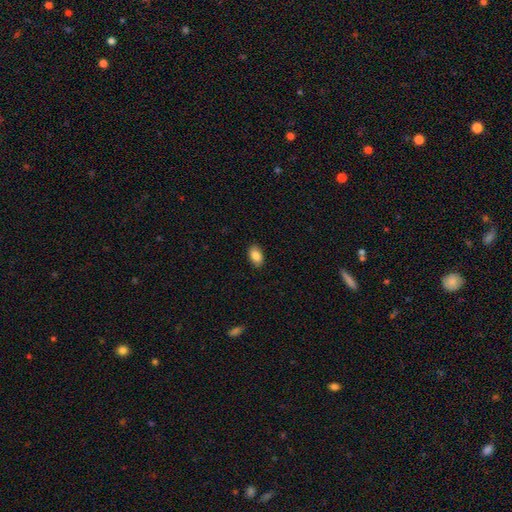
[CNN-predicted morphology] A smooth galaxy with no disk features (87%) that is in between round and cigar-shaped (91%). Merging: none (89%).